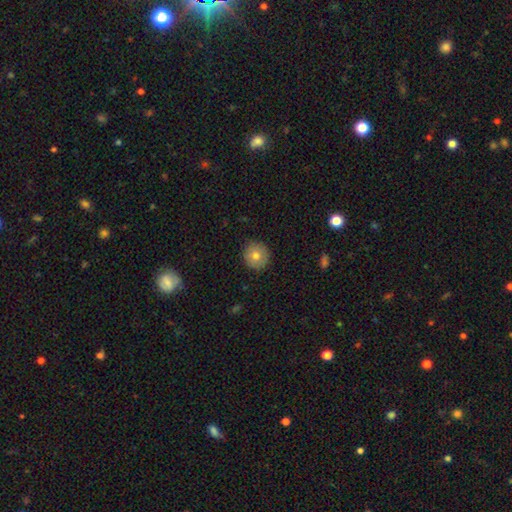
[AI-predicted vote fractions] Overall: smooth (78%). How rounded: round (95%). Merging: none (91%).